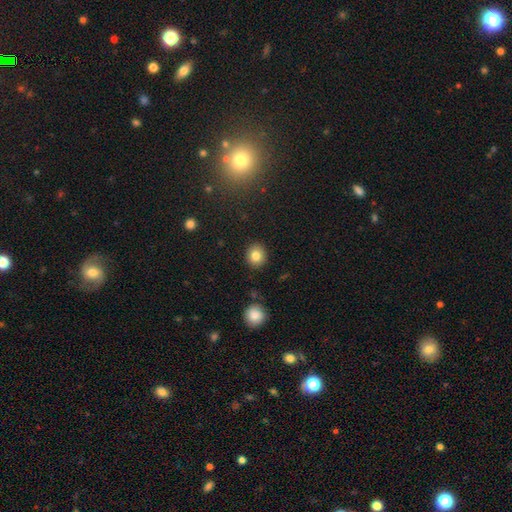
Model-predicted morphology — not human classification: smooth_or_featured: smooth (p=0.83) [alt: star or artifact p=0.10]
how_rounded: round (p=0.78) [alt: in between p=0.21]
merging: none (p=0.89) [alt: minor disturbance p=0.07]